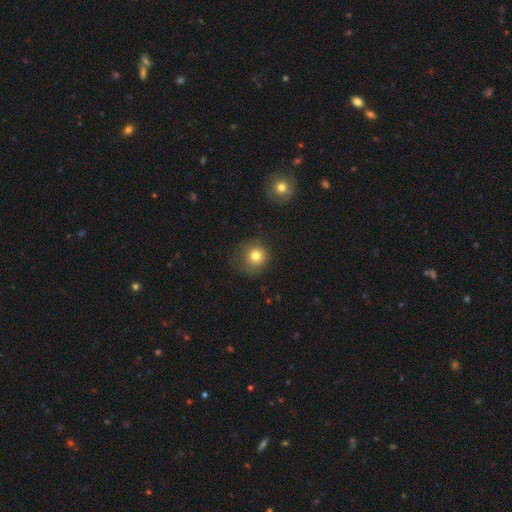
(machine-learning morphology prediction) A smooth galaxy with no disk features (78%) that is round (90%). Merging: none (73%).